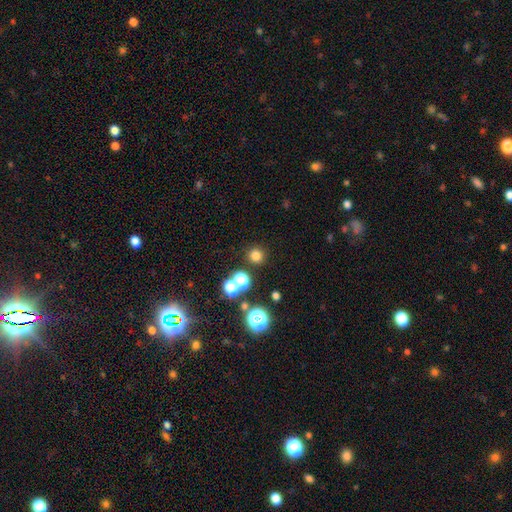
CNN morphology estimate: Overall: smooth (74%). How rounded: round (94%). Merging: none (87%).